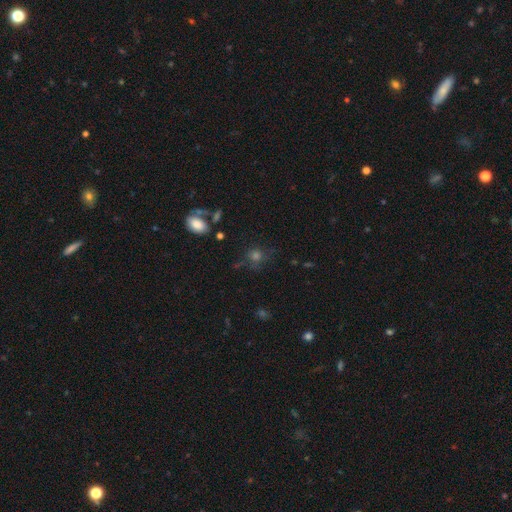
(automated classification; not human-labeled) The model was most divided on "smooth or featured": smooth: 61%, star or artifact: 24%, featured or disk: 14%. More confident: how rounded — round (80%); merging — none (65%).